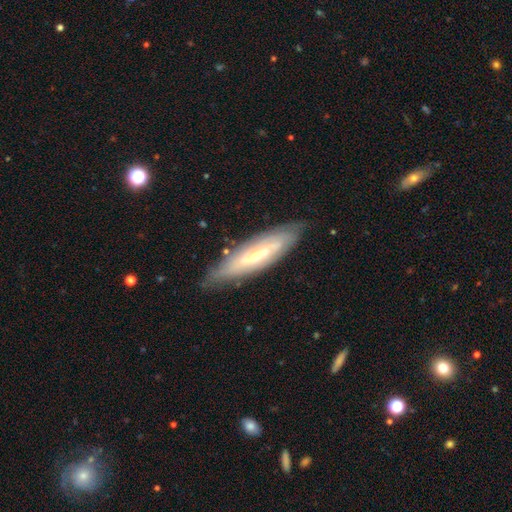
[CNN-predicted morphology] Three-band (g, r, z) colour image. It shows a featured or disk galaxy (66%). Merging: none (78%).